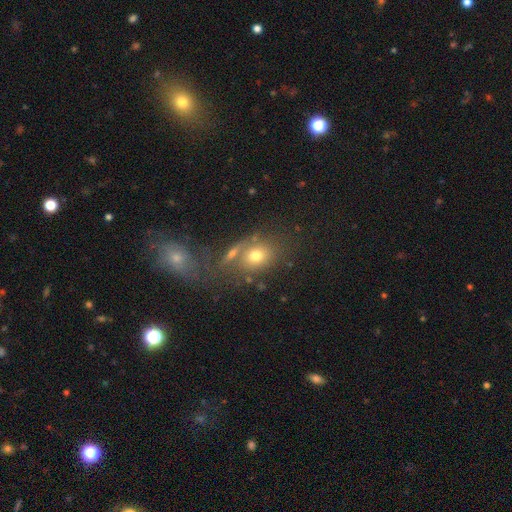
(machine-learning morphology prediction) Smooth or featured? Predicted: smooth (p=0.68). How rounded? Predicted: in between (p=0.51). Merging? Predicted: none (p=0.54).